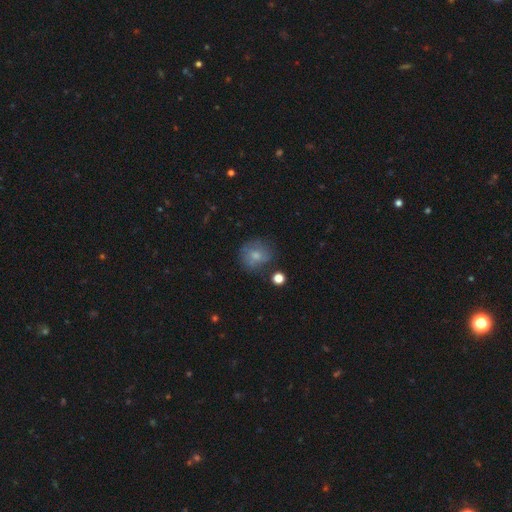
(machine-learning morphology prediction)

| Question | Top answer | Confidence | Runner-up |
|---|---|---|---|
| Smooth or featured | smooth | 66% | featured or disk (23%) |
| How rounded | round | 79% | in between (20%) |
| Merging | none | 63% | minor disturbance (22%) |